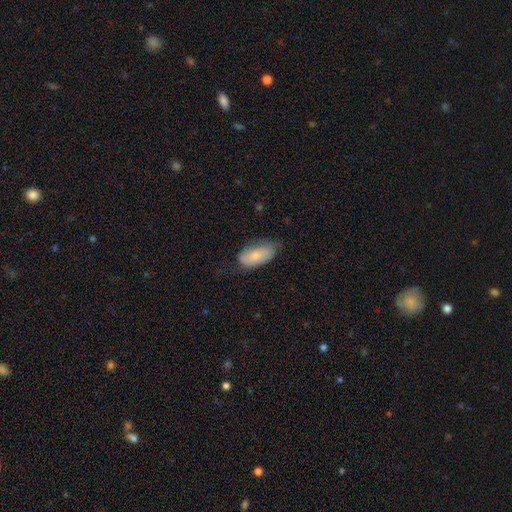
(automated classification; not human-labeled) This appears to be a smooth galaxy with no disk features (75%) that is in between round and cigar-shaped (93%). Merging: none (56%).